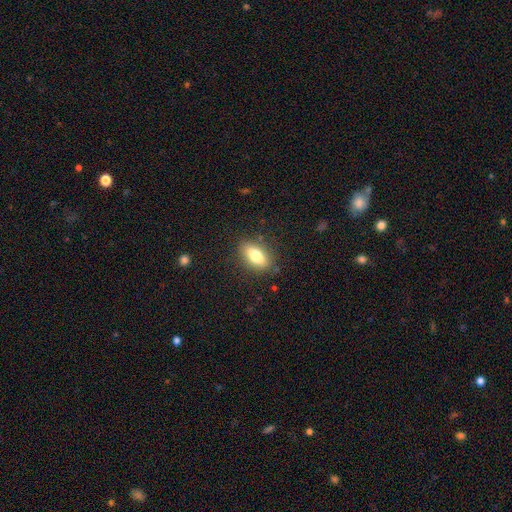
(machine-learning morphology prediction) smooth-or-featured: smooth: 78% | featured or disk: 15% | star or artifact: 8%
  how-rounded: in between: 83% | cigar-shaped: 12% | round: 5%
  merging: none: 84% | minor disturbance: 11% | major disturbance: 3% | merger: 1%